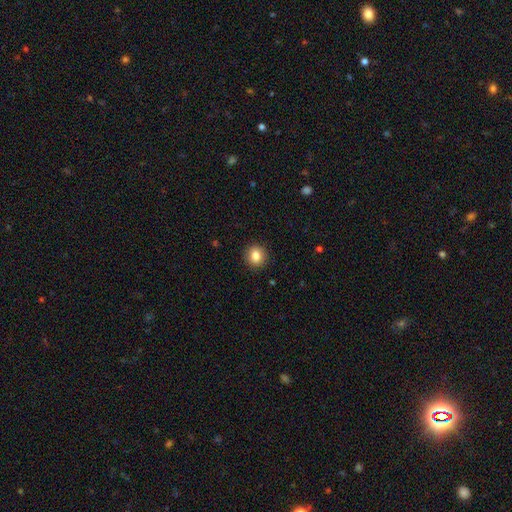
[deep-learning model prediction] This appears to be a smooth galaxy with no disk features (84%) that is round (87%). Merging: none (92%).